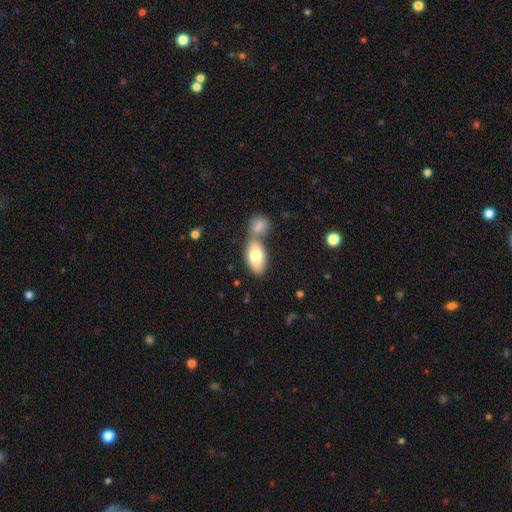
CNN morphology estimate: This appears to be a smooth galaxy with no disk features (77%) that is in between round and cigar-shaped (92%). Merging: none (44%).